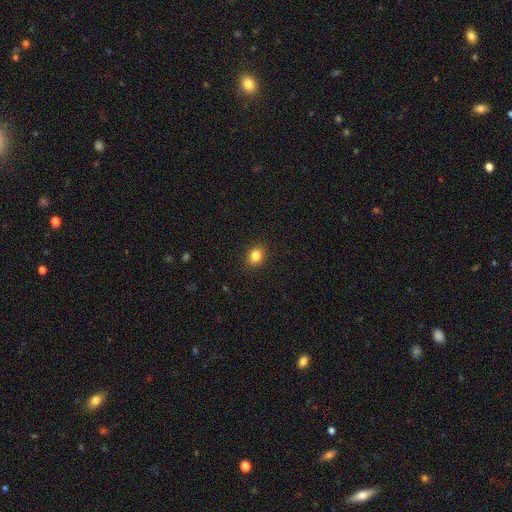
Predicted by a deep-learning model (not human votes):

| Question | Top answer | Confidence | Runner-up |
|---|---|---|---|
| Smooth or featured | smooth | 83% | star or artifact (11%) |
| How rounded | round | 51% | in between (48%) |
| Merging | none | 89% | minor disturbance (7%) |